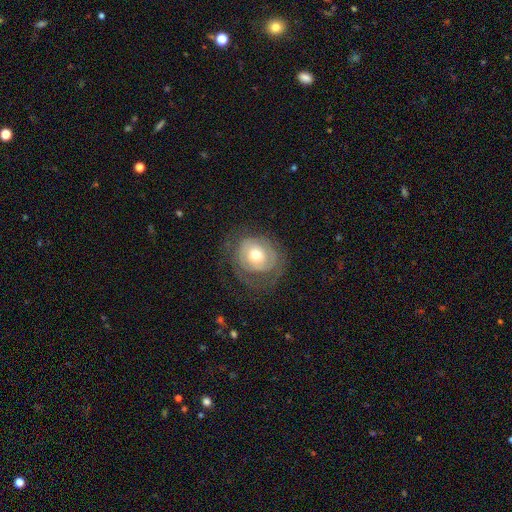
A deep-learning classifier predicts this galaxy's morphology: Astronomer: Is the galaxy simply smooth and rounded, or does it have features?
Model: featured or disk — 58% (runner-up: smooth, 35%).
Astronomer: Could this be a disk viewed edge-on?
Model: no — 96%.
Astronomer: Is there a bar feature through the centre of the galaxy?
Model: no — 80%.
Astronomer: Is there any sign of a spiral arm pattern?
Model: yes — 64%.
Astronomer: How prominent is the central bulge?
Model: moderate — 69%.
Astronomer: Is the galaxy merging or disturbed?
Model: none — 61%.